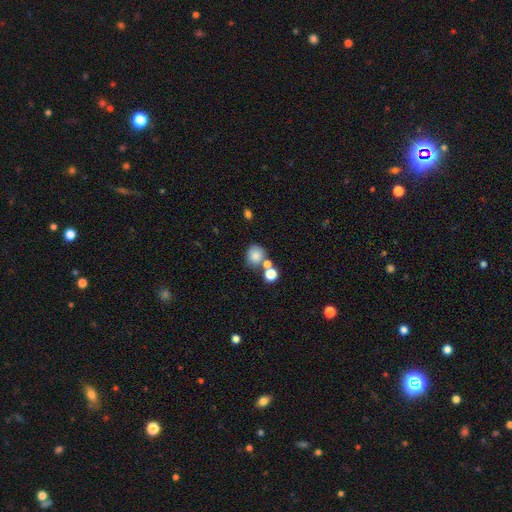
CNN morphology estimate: Smooth or featured?
  - smooth: 80% *
  - star or artifact: 12%
  - featured or disk: 8%
How rounded?
  - round: 78% *
  - in between: 21%
  - cigar-shaped: 1%
Merging?
  - none: 56% *
  - merger: 26%
  - minor disturbance: 13%
  - major disturbance: 5%